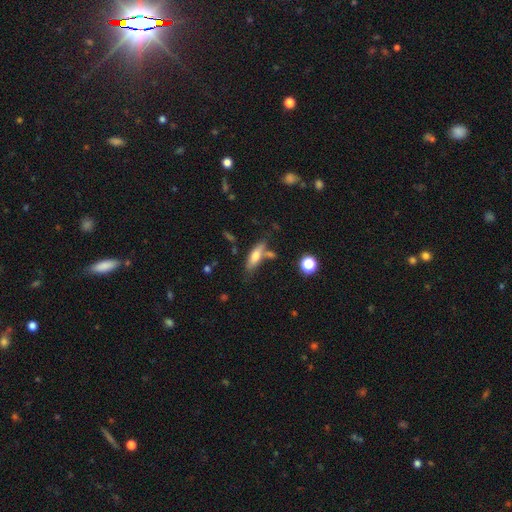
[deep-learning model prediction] A smooth galaxy with no disk features (65%) that is in between round and cigar-shaped (53%). Merging: none (59%).